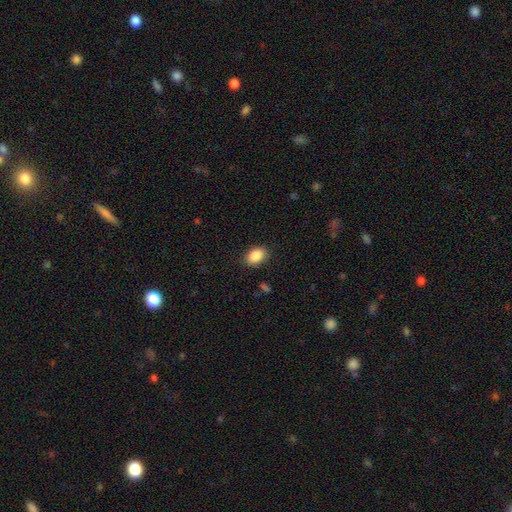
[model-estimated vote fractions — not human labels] Smooth or featured: smooth — 89% (star or artifact — 7%)
How rounded: in between — 79% (round — 20%)
Merging: none — 85% (minor disturbance — 11%)